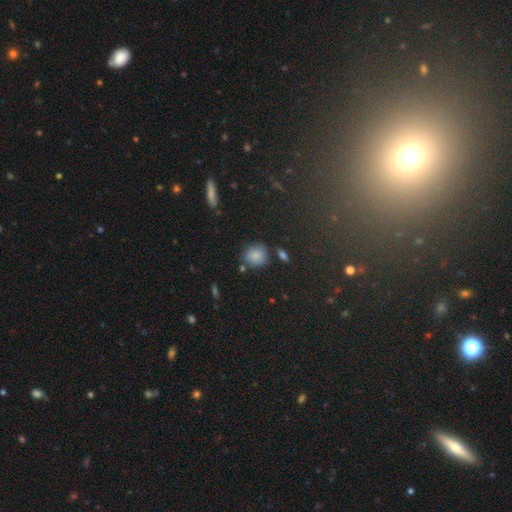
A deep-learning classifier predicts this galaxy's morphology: smooth_or_featured: smooth (p=0.82) [alt: star or artifact p=0.12]
how_rounded: round (p=0.78) [alt: in between p=0.20]
merging: none (p=0.73) [alt: minor disturbance p=0.15]